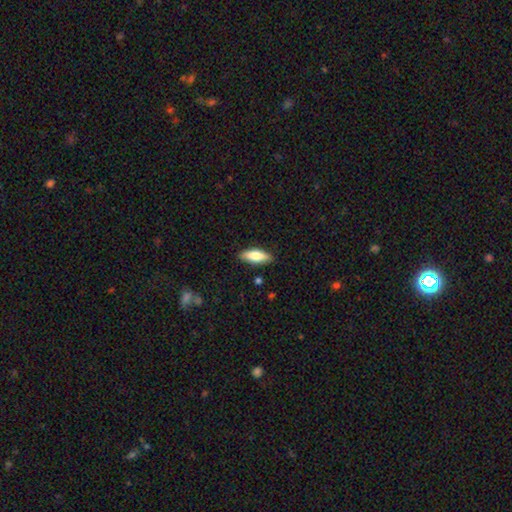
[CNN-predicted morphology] Smooth or featured?
  - smooth: 78% *
  - featured or disk: 16%
  - star or artifact: 6%
How rounded?
  - in between: 66% *
  - cigar-shaped: 32%
  - round: 2%
Merging?
  - none: 87% *
  - minor disturbance: 10%
  - major disturbance: 2%
  - merger: 1%